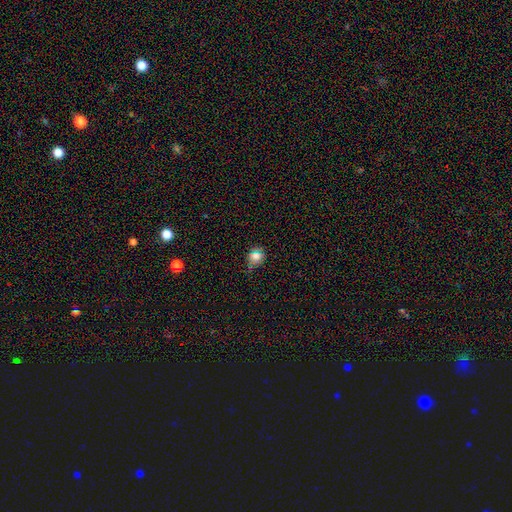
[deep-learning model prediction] Morphology: type=smooth (68%); roundness=round (71%); merging=none (69%).